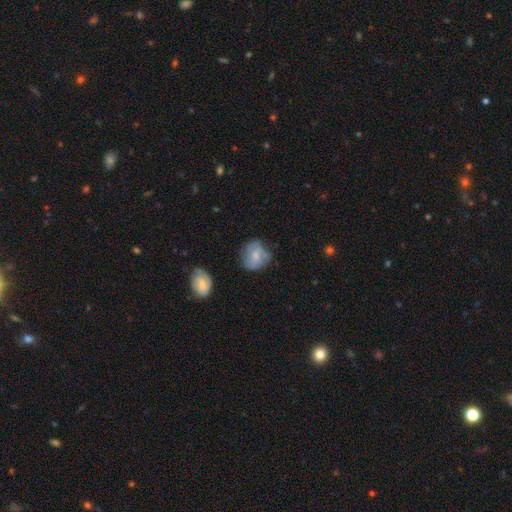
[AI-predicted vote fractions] Smooth or featured? Predicted: smooth (p=0.49). Merging? Predicted: none (p=0.62).